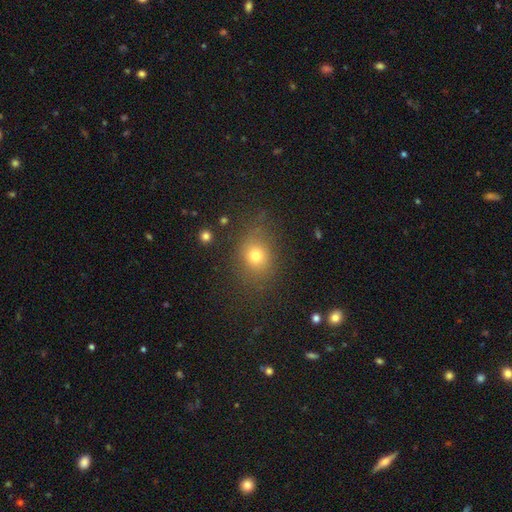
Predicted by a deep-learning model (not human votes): Q: Smooth or featured?
A: smooth (73%); runner-up: star or artifact (17%)
Q: How rounded?
A: round (59%); runner-up: in between (40%)
Q: Merging?
A: none (74%); runner-up: minor disturbance (16%)